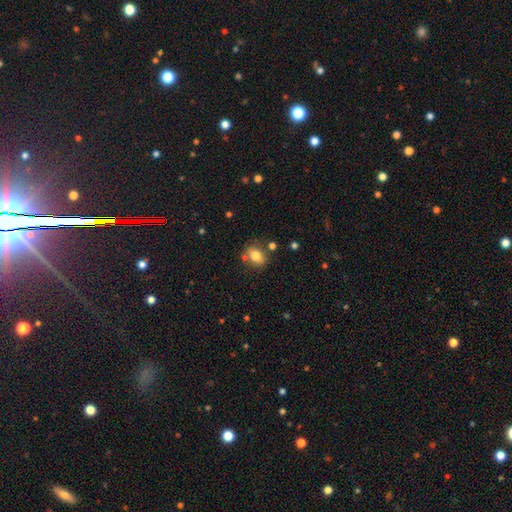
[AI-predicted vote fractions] The model was most divided on "how rounded": in between: 71%, round: 28%, cigar-shaped: 2%. More confident: smooth or featured — smooth (78%); merging — none (72%).